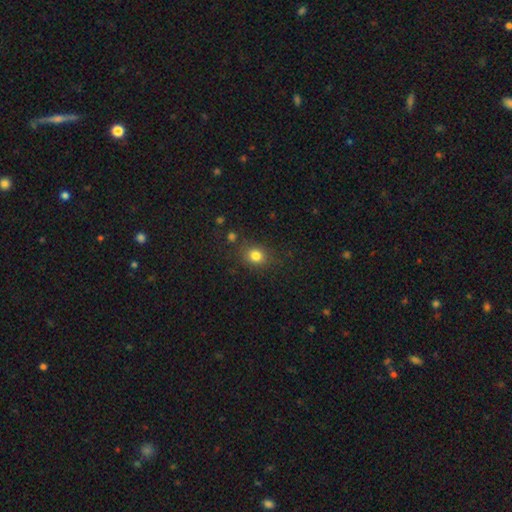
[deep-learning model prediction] Smooth or featured: smooth — 80% (star or artifact — 13%)
How rounded: round — 66% (in between — 33%)
Merging: none — 81% (minor disturbance — 11%)